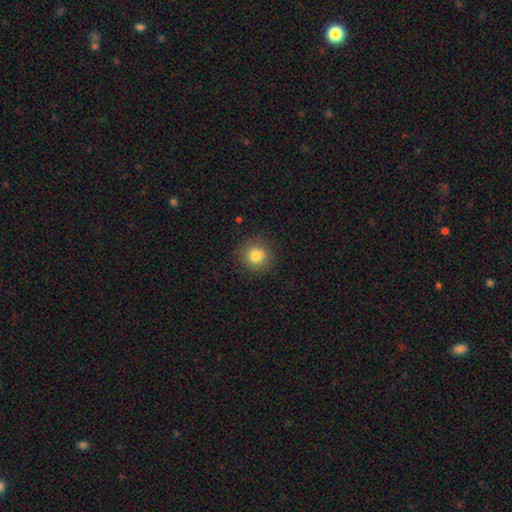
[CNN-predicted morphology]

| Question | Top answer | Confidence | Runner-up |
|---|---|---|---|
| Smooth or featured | smooth | 78% | star or artifact (12%) |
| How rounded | round | 91% | in between (8%) |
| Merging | none | 78% | minor disturbance (11%) |